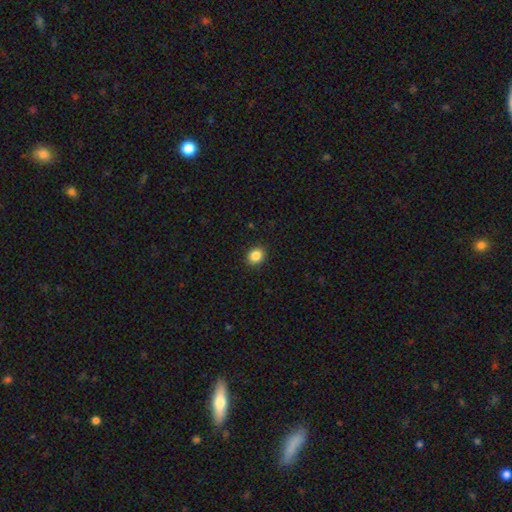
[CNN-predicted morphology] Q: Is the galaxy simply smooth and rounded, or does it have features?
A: smooth — 86%.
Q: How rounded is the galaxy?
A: round — 67%.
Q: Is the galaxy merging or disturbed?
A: none — 90%.